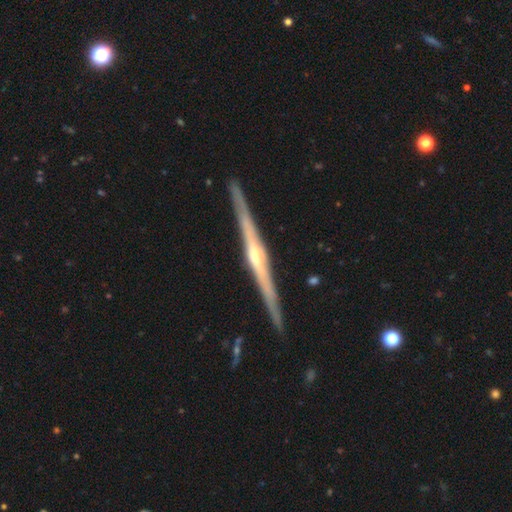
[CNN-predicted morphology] Smooth or featured: featured or disk — 86% (smooth — 9%)
Edge-on disk: yes — 99% (no — 1%)
Edge-on bulge: rounded — 76% (boxy — 12%)
Merging: none — 91% (minor disturbance — 6%)